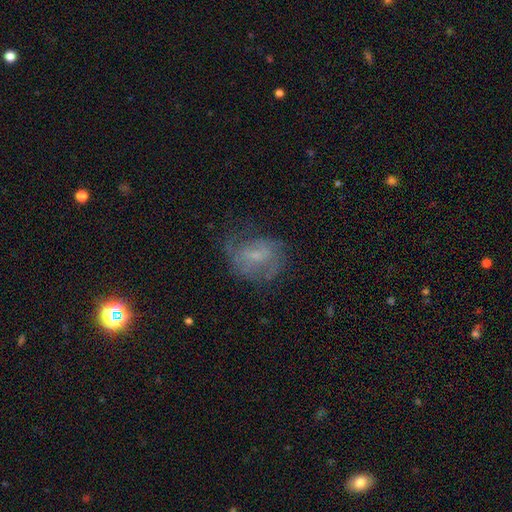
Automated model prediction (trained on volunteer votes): smooth_or_featured: featured or disk (p=0.54) [alt: smooth p=0.33]
disk_edge_on: no (p=0.97) [alt: yes p=0.03]
bar: no (p=0.46) [alt: weak p=0.45]
has_spiral_arms: yes (p=0.66) [alt: no p=0.34]
bulge_size: small (p=0.57) [alt: moderate p=0.21]
merging: none (p=0.52) [alt: minor disturbance p=0.23]